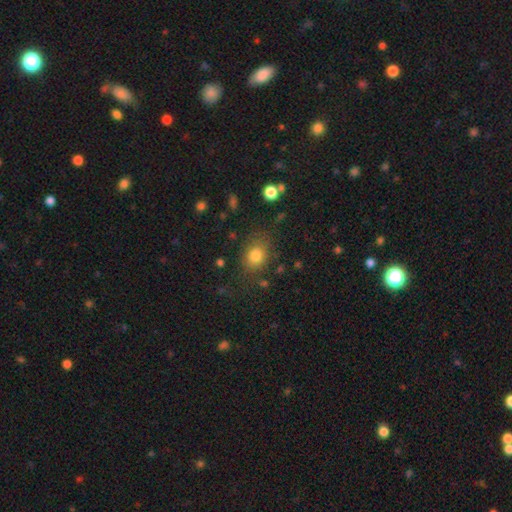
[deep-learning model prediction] The model was most divided on "how rounded": round: 55%, in between: 44%, cigar-shaped: 1%. More confident: smooth or featured — smooth (79%); merging — none (76%).